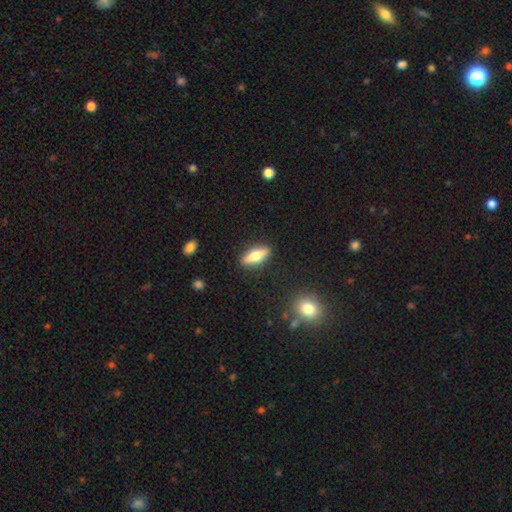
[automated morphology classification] Smooth or featured: smooth — 53% (featured or disk — 40%)
How rounded: cigar-shaped — 49% (in between — 48%)
Merging: none — 88% (minor disturbance — 8%)